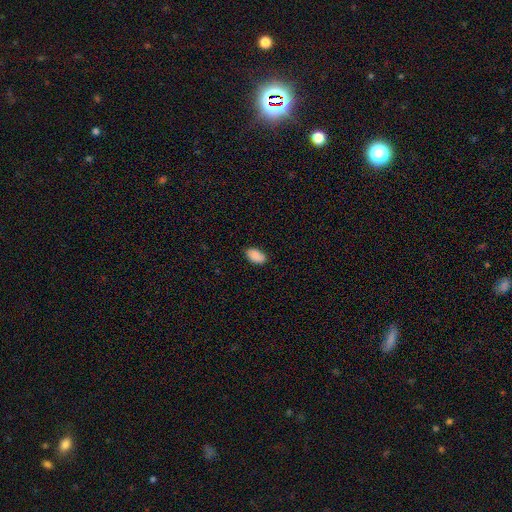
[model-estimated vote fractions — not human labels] This appears to be a smooth galaxy with no disk features (88%) that is in between round and cigar-shaped (94%). Merging: none (83%).